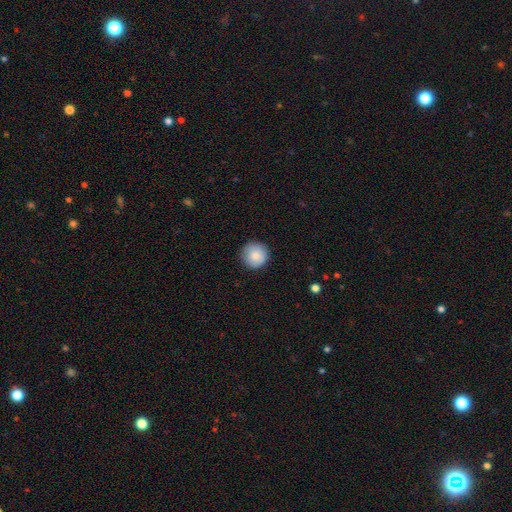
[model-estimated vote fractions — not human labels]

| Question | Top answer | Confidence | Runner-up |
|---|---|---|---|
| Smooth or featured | smooth | 85% | star or artifact (8%) |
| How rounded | round | 96% | in between (3%) |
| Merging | none | 89% | minor disturbance (8%) |